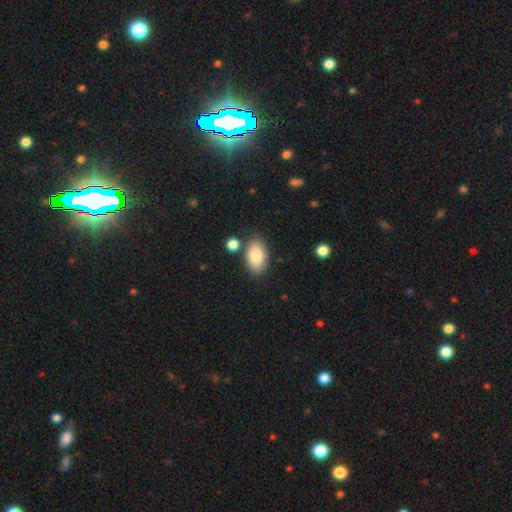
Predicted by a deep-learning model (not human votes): A smooth galaxy with no disk features (86%) that is in between round and cigar-shaped (93%).

Vote fractions:
- Smooth or featured? smooth: 86% / featured or disk: 8% / star or artifact: 6%
- How rounded? in between: 93% / round: 5% / cigar-shaped: 2%
- Merging? none: 75% / minor disturbance: 13% / merger: 8% / major disturbance: 3%